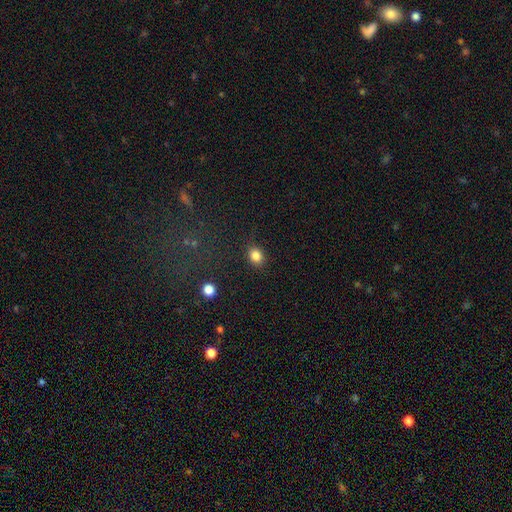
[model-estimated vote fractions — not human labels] Q: Smooth or featured?
A: smooth (85%); runner-up: star or artifact (11%)
Q: How rounded?
A: in between (51%); runner-up: round (48%)
Q: Merging?
A: none (85%); runner-up: minor disturbance (11%)